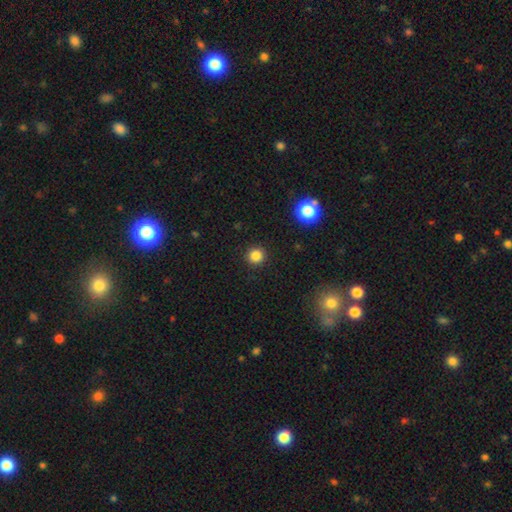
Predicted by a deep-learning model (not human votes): Smooth or featured? smooth (83%)
How rounded? round (94%)
Merging? none (92%)